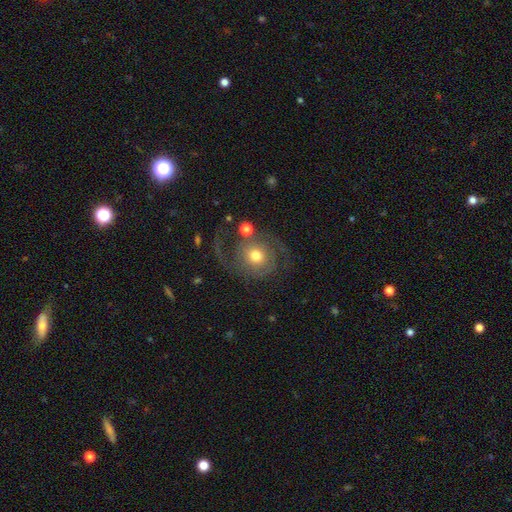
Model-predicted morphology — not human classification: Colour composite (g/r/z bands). It shows a featured or disk galaxy (75%) with no bar (77%), 2 (84%) medium (42%) spiral arms (91%) and a moderate central bulge (68%). Merging: none (61%).